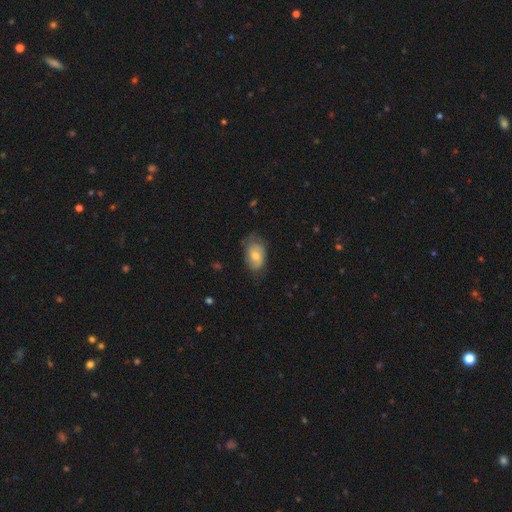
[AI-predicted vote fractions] A smooth galaxy with no disk features (61%) that is in between round and cigar-shaped (88%). Merging: none (58%).